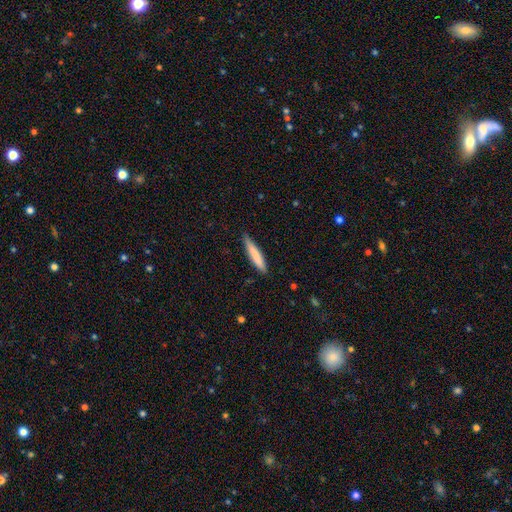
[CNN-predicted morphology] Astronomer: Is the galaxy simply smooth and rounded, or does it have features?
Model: smooth — 78%.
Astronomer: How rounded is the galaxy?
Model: cigar-shaped — 90%.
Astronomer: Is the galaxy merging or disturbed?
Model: none — 81%.